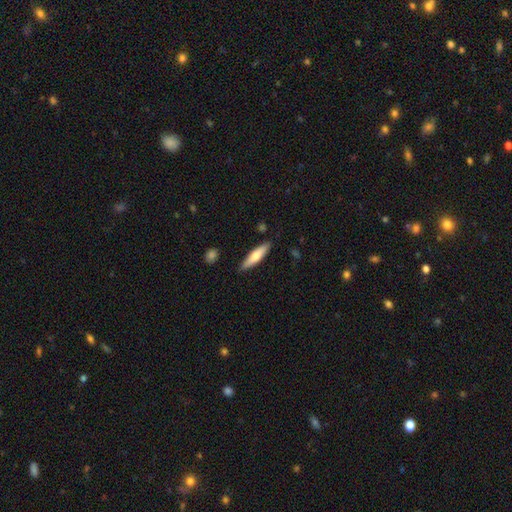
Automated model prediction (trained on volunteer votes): Smooth or featured? Predicted: smooth (p=0.63). How rounded? Predicted: cigar-shaped (p=0.76). Merging? Predicted: none (p=0.87).